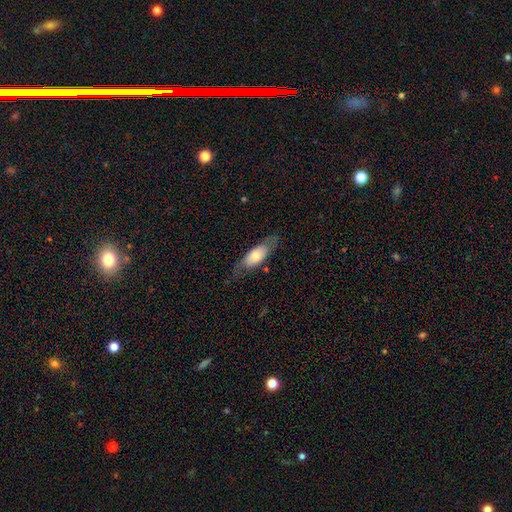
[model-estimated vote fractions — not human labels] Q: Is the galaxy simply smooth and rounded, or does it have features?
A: smooth — 62%.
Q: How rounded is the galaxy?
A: in between — 70%.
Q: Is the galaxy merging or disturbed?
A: none — 70%.